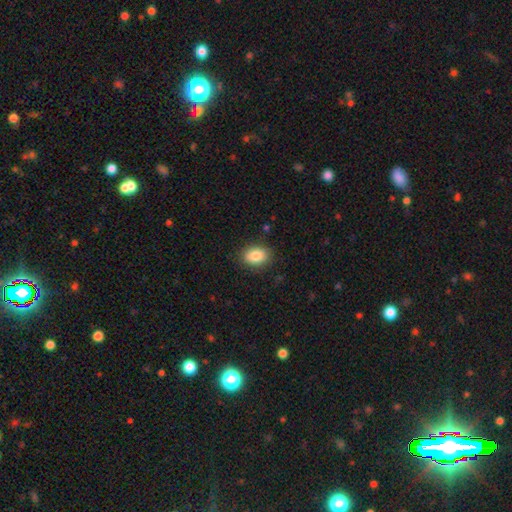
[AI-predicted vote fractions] Smooth or featured?
  - smooth: 84% *
  - featured or disk: 8%
  - star or artifact: 8%
How rounded?
  - in between: 75% *
  - round: 24%
  - cigar-shaped: 1%
Merging?
  - none: 86% *
  - minor disturbance: 10%
  - major disturbance: 3%
  - merger: 1%